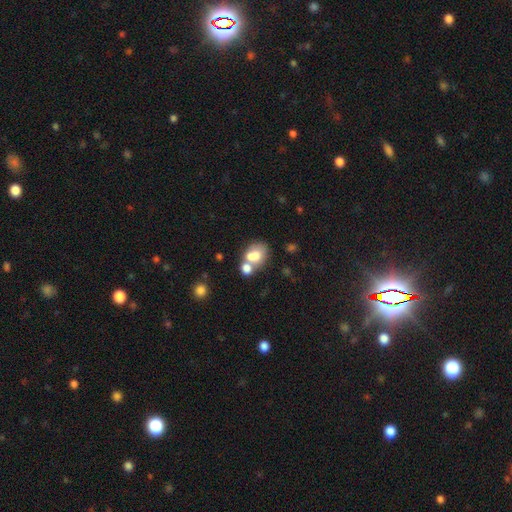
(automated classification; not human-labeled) A smooth galaxy with no disk features (69%) that is in between round and cigar-shaped (58%). Merging: merger (52%).